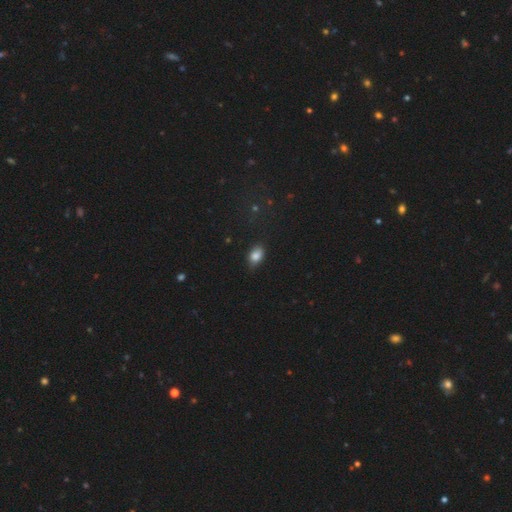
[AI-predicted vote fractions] The model was most divided on "merging": none: 75%, minor disturbance: 20%, major disturbance: 3%, merger: 1%. More confident: smooth or featured — smooth (84%); how rounded — in between (83%).